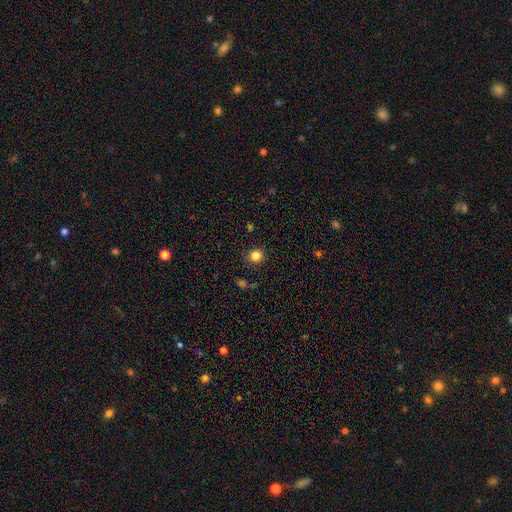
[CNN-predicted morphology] smooth 83%, star or artifact 13%, featured or disk 5%. Down the decision tree: how rounded — round (91%); merging — none (90%).